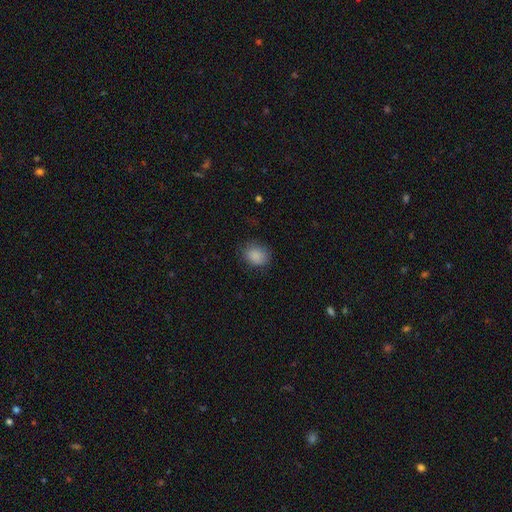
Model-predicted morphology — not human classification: smooth_or_featured: smooth (p=0.87) [alt: star or artifact p=0.08]
how_rounded: in between (p=0.50) [alt: round p=0.49]
merging: none (p=0.76) [alt: minor disturbance p=0.18]